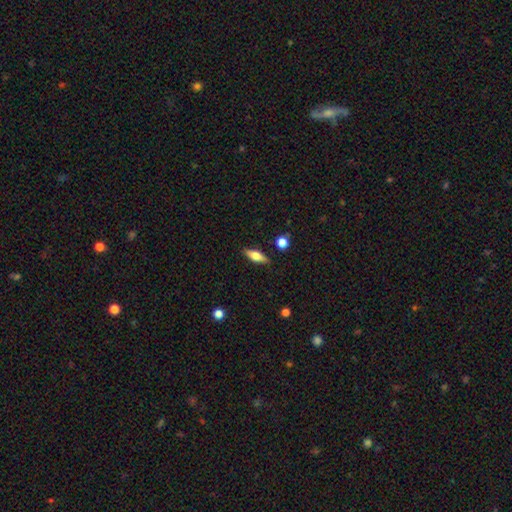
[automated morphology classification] This appears to be a smooth galaxy with no disk features (57%) that is in between round and cigar-shaped (57%). Merging: none (86%).